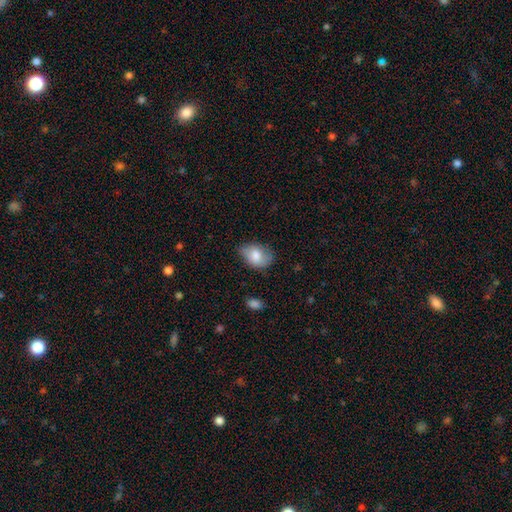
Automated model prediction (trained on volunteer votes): A smooth galaxy with no disk features (78%) that is in between round and cigar-shaped (82%).

Vote fractions:
- Smooth or featured? smooth: 78% / featured or disk: 15% / star or artifact: 7%
- How rounded? in between: 82% / round: 17% / cigar-shaped: 1%
- Merging? none: 57% / minor disturbance: 34% / major disturbance: 8% / merger: 2%